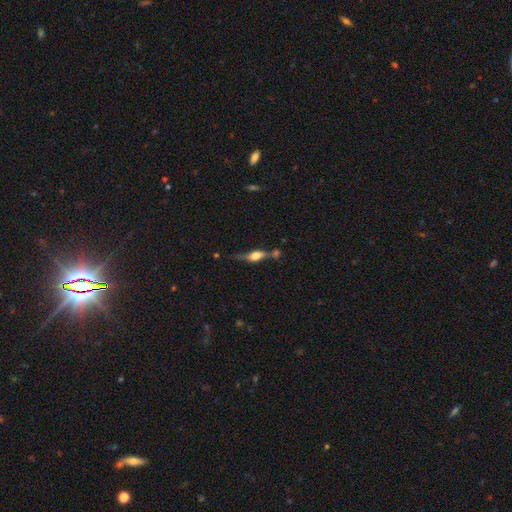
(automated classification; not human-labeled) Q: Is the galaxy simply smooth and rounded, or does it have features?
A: featured or disk — 61%.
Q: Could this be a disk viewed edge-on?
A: yes — 89%.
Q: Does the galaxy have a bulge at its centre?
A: rounded — 91%.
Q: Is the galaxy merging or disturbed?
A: none — 53%.